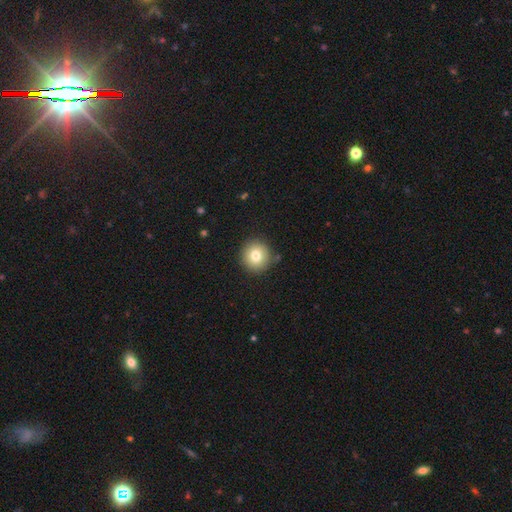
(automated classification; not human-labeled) smooth 78%, featured or disk 11%, star or artifact 11%. Down the decision tree: how rounded — round (93%); merging — none (88%).